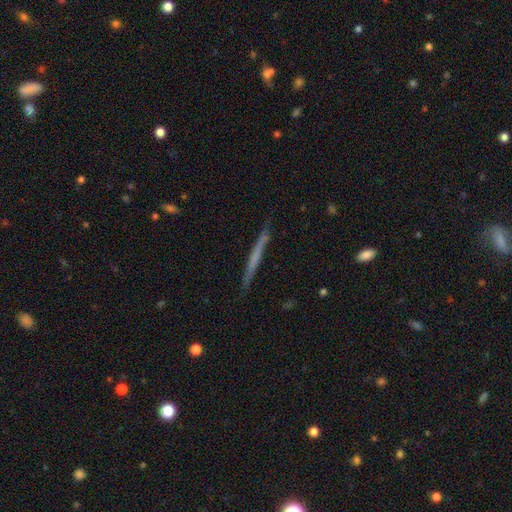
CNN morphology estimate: The model was most divided on "smooth or featured": featured or disk: 52%, smooth: 42%, star or artifact: 6%. More confident: edge-on disk — yes (97%); merging — none (89%); edge-on bulge — none (85%).